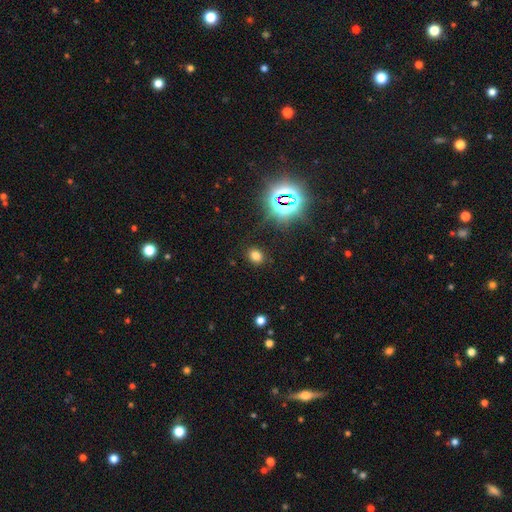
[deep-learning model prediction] Overall: smooth (70%). How rounded: in between (52%; round 47%). Merging: none (87%).